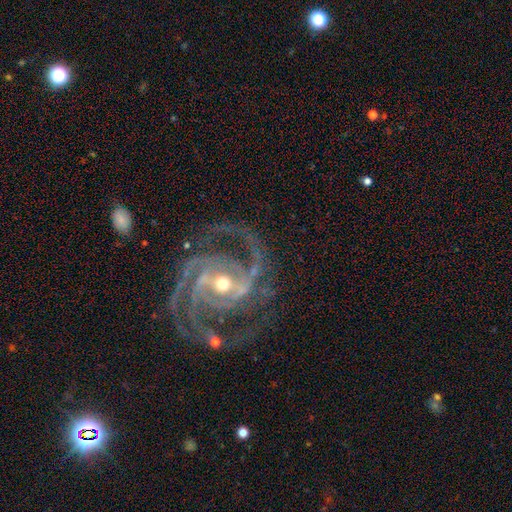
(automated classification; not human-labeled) A featured or disk galaxy (92%) with a weak bar (35%), 3 (38%) tight (50%) spiral arms (99%) and a moderate central bulge (51%). Merging: none (73%).